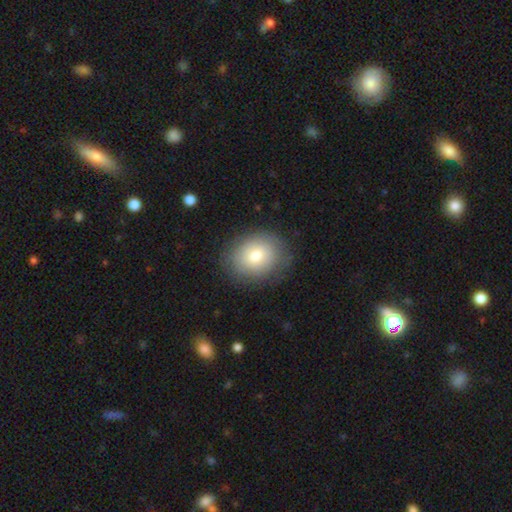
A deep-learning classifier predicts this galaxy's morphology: This is likely a smooth galaxy (75%). How rounded: possibly round (53%). Merging: clearly none (82%).